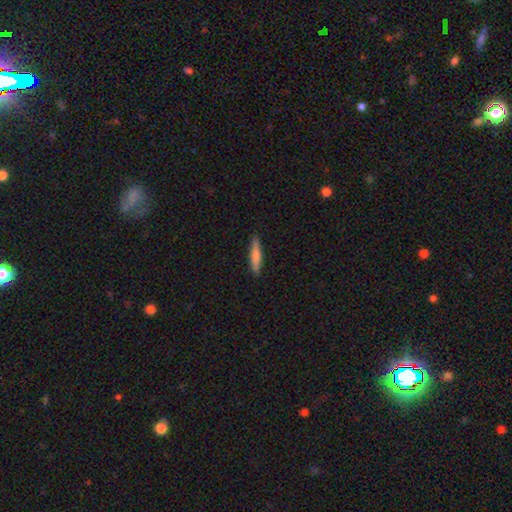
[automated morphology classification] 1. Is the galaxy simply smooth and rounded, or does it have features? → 63% smooth, 31% featured or disk, 6% star or artifact.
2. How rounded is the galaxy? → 87% cigar-shaped, 11% in between, 2% round.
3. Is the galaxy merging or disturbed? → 90% none, 8% minor disturbance, 1% major disturbance, 1% merger.